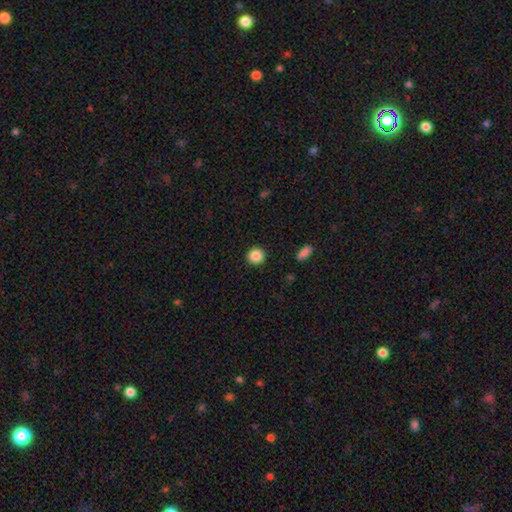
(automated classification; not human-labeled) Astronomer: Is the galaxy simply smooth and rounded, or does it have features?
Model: smooth — 87%.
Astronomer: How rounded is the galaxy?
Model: round — 93%.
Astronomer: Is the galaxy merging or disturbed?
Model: none — 92%.